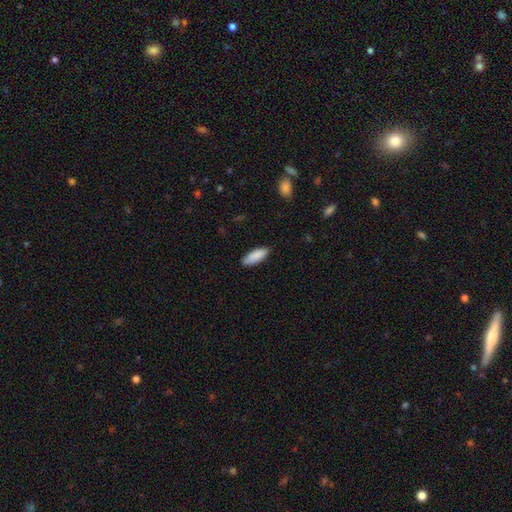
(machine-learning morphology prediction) smooth-or-featured: smooth: 89% | featured or disk: 6% | star or artifact: 6%
  how-rounded: in between: 70% | cigar-shaped: 29% | round: 1%
  merging: none: 85% | minor disturbance: 12% | major disturbance: 2% | merger: 1%